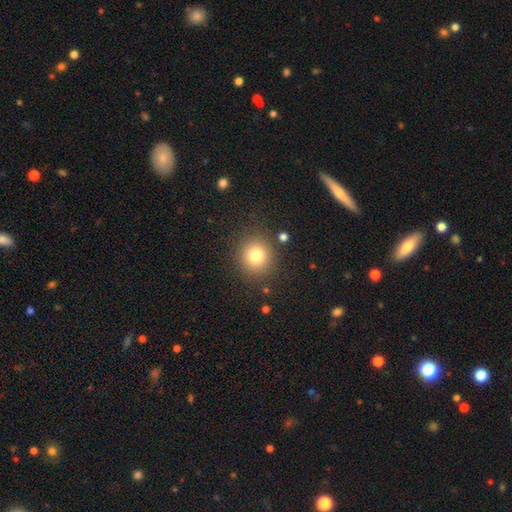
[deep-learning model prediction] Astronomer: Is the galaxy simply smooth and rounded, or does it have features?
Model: smooth — 78%.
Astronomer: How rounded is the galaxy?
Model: round — 90%.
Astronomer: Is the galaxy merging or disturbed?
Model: none — 87%.